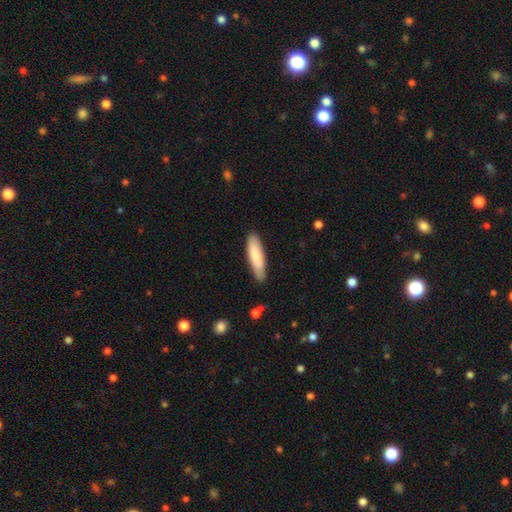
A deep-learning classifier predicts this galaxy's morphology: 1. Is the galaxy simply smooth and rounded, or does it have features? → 81% smooth, 14% featured or disk, 5% star or artifact.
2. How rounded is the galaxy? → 67% cigar-shaped, 32% in between, 1% round.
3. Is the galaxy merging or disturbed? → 84% none, 13% minor disturbance, 2% major disturbance, 1% merger.